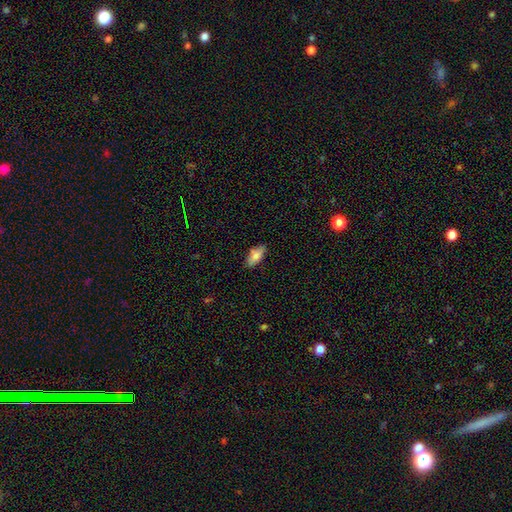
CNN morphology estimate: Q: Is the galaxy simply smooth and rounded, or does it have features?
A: smooth — 76%.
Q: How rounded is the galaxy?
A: in between — 80%.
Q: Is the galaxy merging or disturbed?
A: none — 83%.